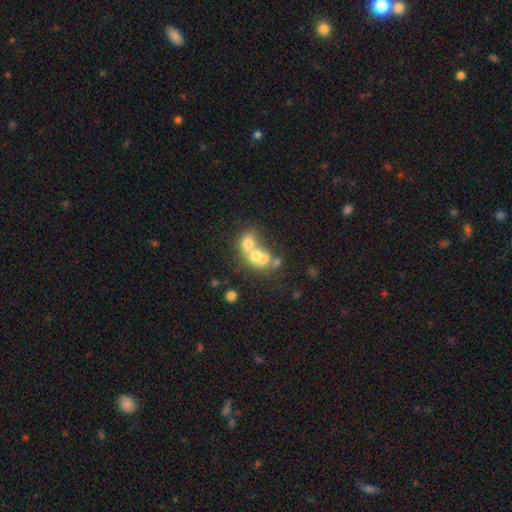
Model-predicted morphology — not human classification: Overall: smooth (60%; featured or disk 27%). How rounded: round (52%; in between 47%). Merging: merger (71%).